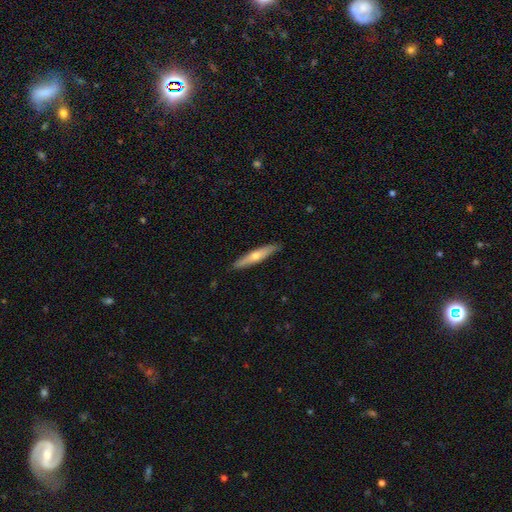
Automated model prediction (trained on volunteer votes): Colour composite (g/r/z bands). It shows a smooth galaxy with no disk features (50%). Merging: none (90%).